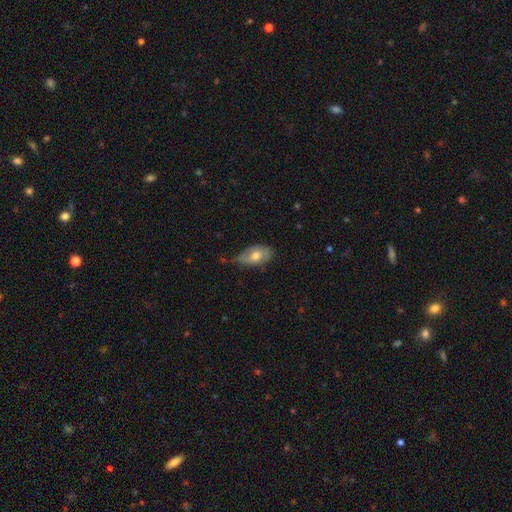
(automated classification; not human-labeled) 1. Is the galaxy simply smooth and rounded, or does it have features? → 66% smooth, 28% featured or disk, 7% star or artifact.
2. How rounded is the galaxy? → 92% in between, 5% round, 3% cigar-shaped.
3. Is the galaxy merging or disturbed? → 53% none, 37% minor disturbance, 7% major disturbance, 2% merger.